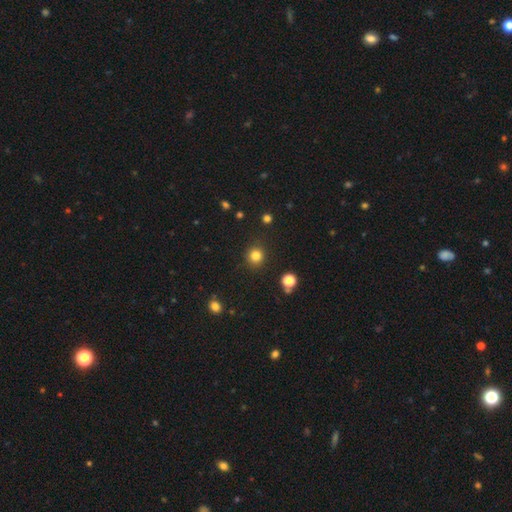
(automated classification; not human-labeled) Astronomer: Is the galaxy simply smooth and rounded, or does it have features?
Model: smooth — 82%.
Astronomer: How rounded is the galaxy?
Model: round — 92%.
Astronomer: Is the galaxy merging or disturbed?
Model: none — 90%.